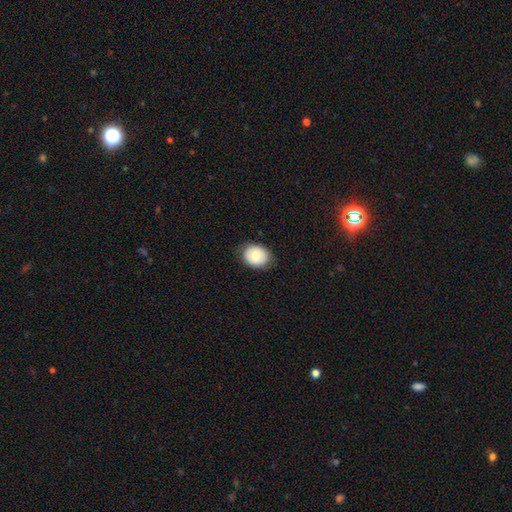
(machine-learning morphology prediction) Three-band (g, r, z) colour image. It shows a smooth galaxy with no disk features (70%) that is round (54%). Merging: none (83%).